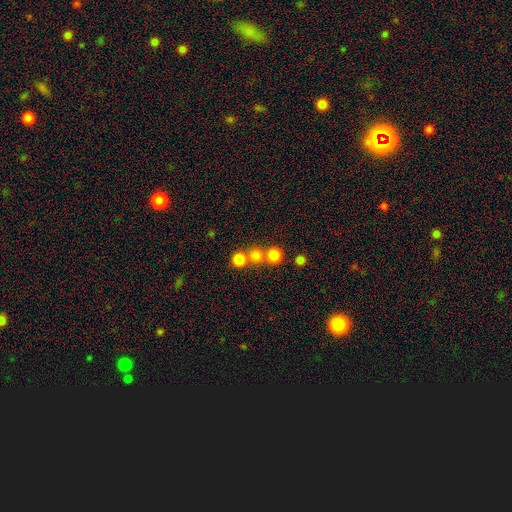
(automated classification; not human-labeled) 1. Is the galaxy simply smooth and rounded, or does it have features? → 78% smooth, 16% star or artifact, 7% featured or disk.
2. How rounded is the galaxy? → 92% round, 7% in between, 1% cigar-shaped.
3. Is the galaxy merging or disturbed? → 64% none, 28% merger, 5% minor disturbance, 3% major disturbance.